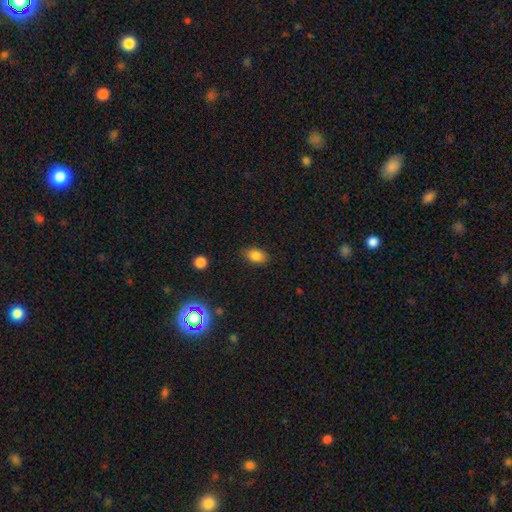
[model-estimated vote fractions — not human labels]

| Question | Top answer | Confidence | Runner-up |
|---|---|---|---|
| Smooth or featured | smooth | 84% | star or artifact (10%) |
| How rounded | in between | 84% | round (14%) |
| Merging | none | 83% | minor disturbance (13%) |